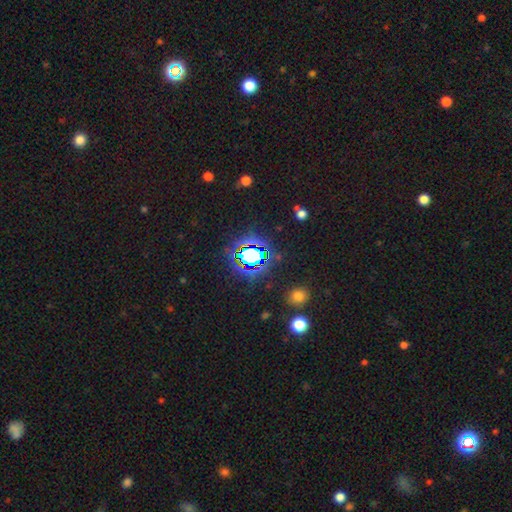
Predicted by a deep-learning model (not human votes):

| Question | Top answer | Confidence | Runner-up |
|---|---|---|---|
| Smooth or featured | star or artifact | 79% | smooth (13%) |